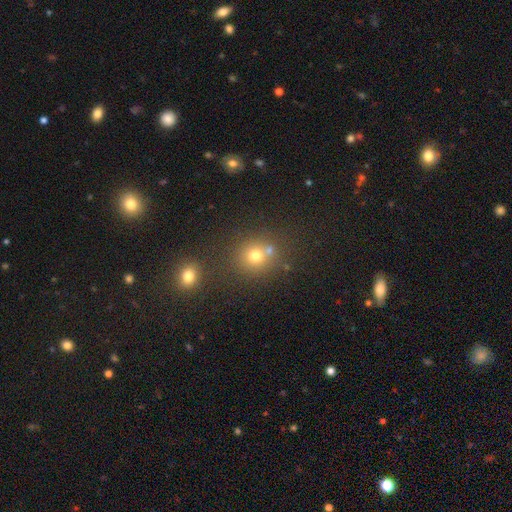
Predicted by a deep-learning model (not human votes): A smooth galaxy with no disk features (72%) that is round (84%). Merging: none (64%).